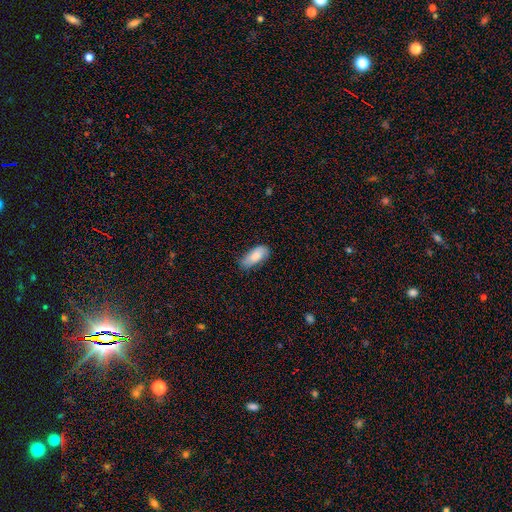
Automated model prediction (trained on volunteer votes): A smooth galaxy with no disk features (79%) that is in between round and cigar-shaped (87%). Merging: none (73%).